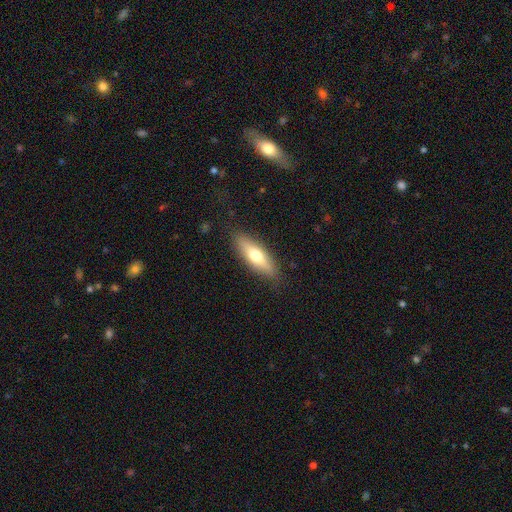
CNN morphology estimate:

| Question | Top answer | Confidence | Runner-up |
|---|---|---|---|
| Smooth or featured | smooth | 63% | featured or disk (31%) |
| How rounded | cigar-shaped | 49% | in between (48%) |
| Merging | none | 85% | minor disturbance (11%) |